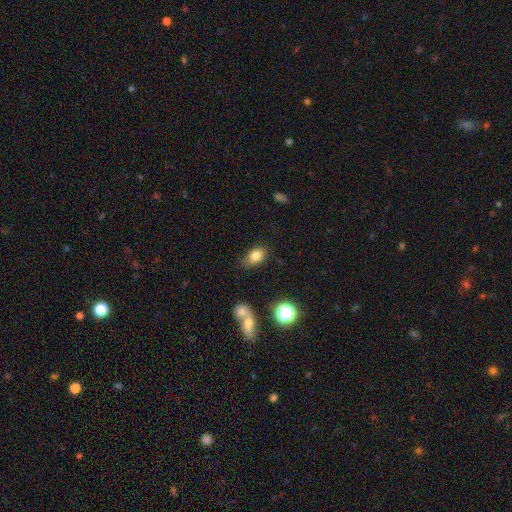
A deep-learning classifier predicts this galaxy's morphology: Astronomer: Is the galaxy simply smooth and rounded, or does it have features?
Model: smooth — 81%.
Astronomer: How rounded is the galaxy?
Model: in between — 83%.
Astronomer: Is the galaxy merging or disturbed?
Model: none — 72%.